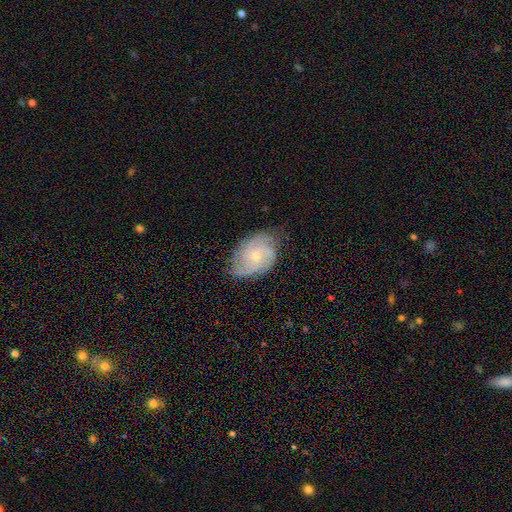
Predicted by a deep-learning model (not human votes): smooth-or-featured: featured or disk: 86% | smooth: 9% | star or artifact: 5%
  disk-edge-on: no: 97% | yes: 3%
    bar: no: 72% | weak: 25% | strong: 4%
    has-spiral-arms: yes: 98% | no: 2%
      spiral-winding: tight: 59% | medium: 35% | loose: 6%
      spiral-arm-count: 3: 44% | 2: 17% | 4: 15% | can't tell: 14% | more than 4: 5% | 1: 5%
    bulge-size: small: 62% | moderate: 35% | none: 1% | large: 1% | dominant: 1%
  merging: none: 75% | minor disturbance: 19% | major disturbance: 5% | merger: 1%